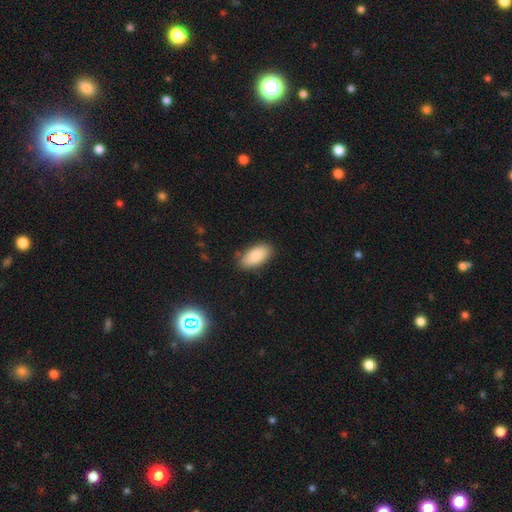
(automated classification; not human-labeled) A smooth galaxy with no disk features (87%) that is in between round and cigar-shaped (92%).

Vote fractions:
- Smooth or featured? smooth: 87% / star or artifact: 7% / featured or disk: 6%
- How rounded? in between: 92% / cigar-shaped: 6% / round: 2%
- Merging? none: 83% / minor disturbance: 13% / major disturbance: 3% / merger: 2%